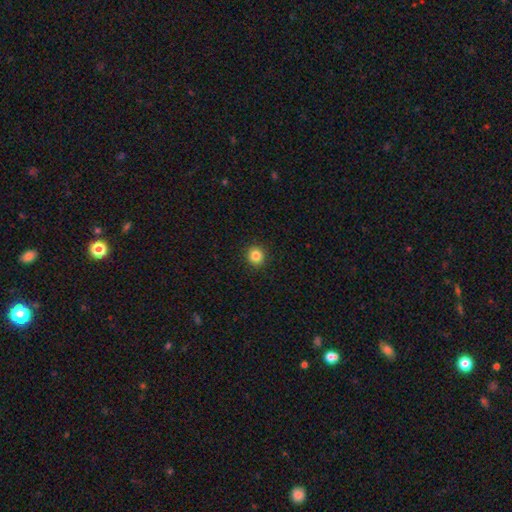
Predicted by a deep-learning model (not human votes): Smooth or featured?
  - smooth: 84% *
  - star or artifact: 11%
  - featured or disk: 5%
How rounded?
  - round: 92% *
  - in between: 7%
  - cigar-shaped: 1%
Merging?
  - none: 93% *
  - minor disturbance: 5%
  - major disturbance: 2%
  - merger: 1%